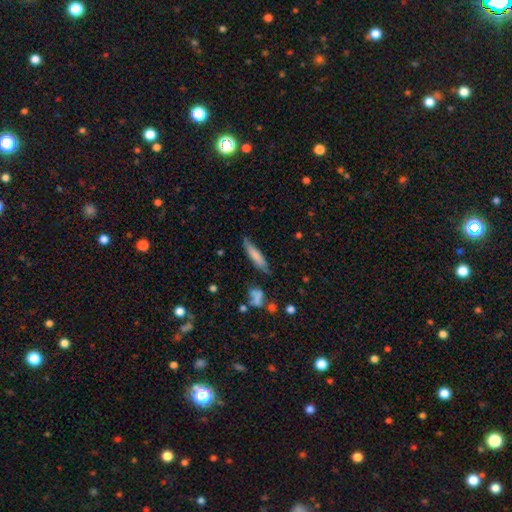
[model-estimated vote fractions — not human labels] smooth_or_featured: smooth (p=0.72) [alt: featured or disk p=0.21]
how_rounded: cigar-shaped (p=0.82) [alt: in between p=0.17]
merging: none (p=0.72) [alt: minor disturbance p=0.19]